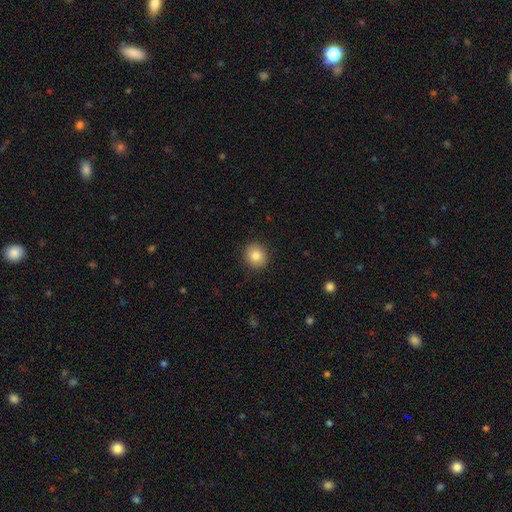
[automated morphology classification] Overall: smooth (83%). How rounded: round (89%). Merging: none (91%).